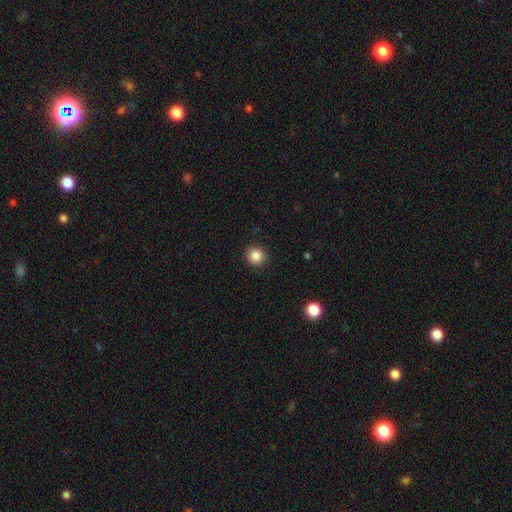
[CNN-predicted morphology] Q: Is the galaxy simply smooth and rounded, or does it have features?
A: smooth — 87%.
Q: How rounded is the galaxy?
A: round — 93%.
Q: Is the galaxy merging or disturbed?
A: none — 92%.